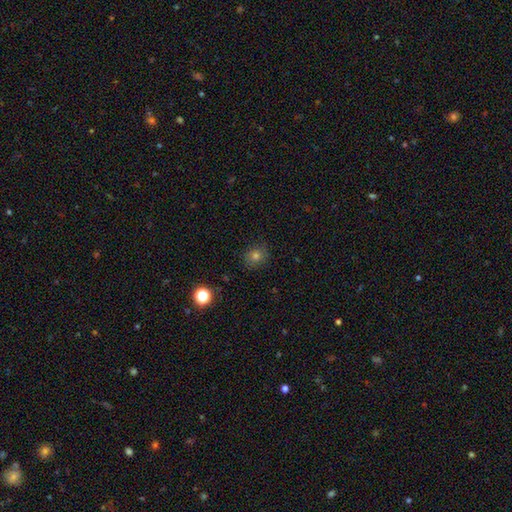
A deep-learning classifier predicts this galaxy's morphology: A smooth galaxy with no disk features (72%) that is round (80%). Merging: none (86%).